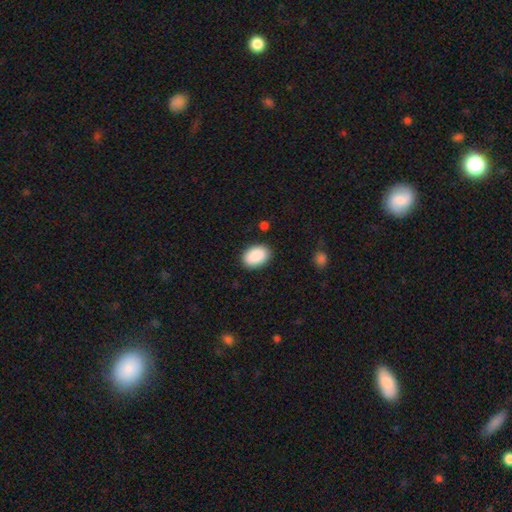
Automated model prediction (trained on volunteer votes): Smooth or featured? Predicted: smooth (p=0.90). How rounded? Predicted: in between (p=0.88). Merging? Predicted: none (p=0.87).